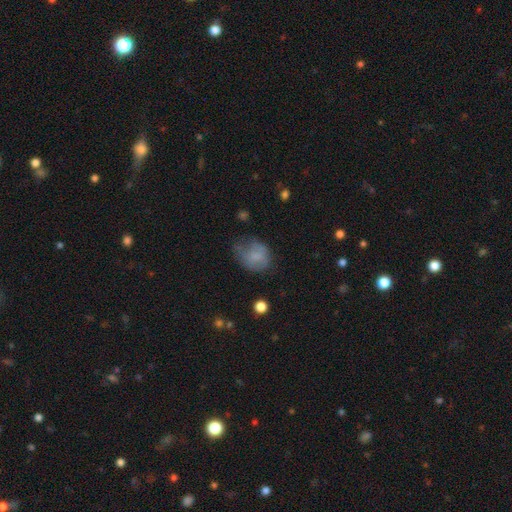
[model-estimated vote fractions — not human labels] smooth_or_featured: smooth (p=0.70) [alt: featured or disk p=0.20]
how_rounded: in between (p=0.51) [alt: round p=0.48]
merging: none (p=0.37) [alt: minor disturbance p=0.35]